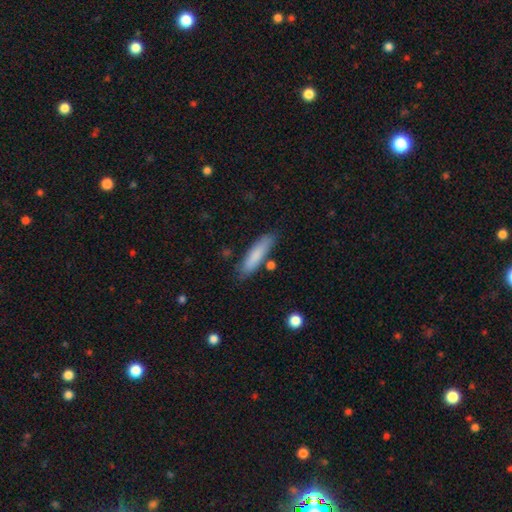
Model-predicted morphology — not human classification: Q: Smooth or featured?
A: smooth (81%); runner-up: featured or disk (12%)
Q: How rounded?
A: cigar-shaped (74%); runner-up: in between (25%)
Q: Merging?
A: none (79%); runner-up: minor disturbance (14%)